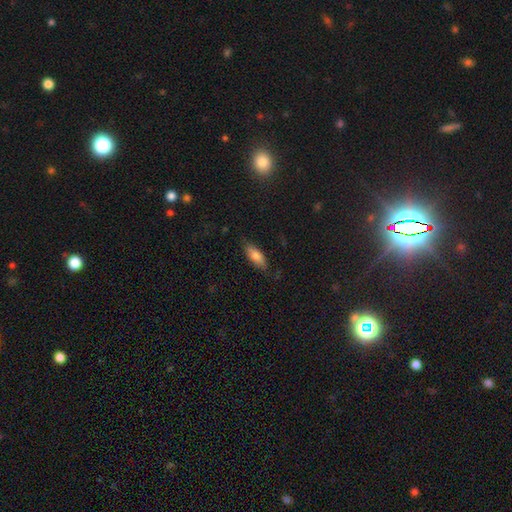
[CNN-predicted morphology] The model was most divided on "how rounded": in between: 68%, cigar-shaped: 30%, round: 2%. More confident: merging — none (78%); smooth or featured — smooth (78%).